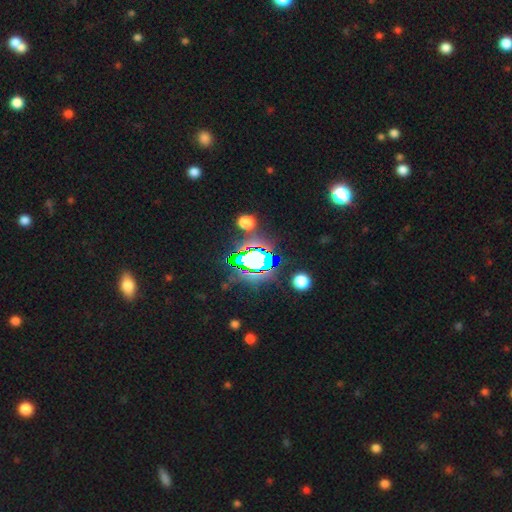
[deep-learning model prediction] A star or artifact, not a galaxy (77%).

Vote fractions:
- Smooth or featured? star or artifact: 77% / smooth: 13% / featured or disk: 10%